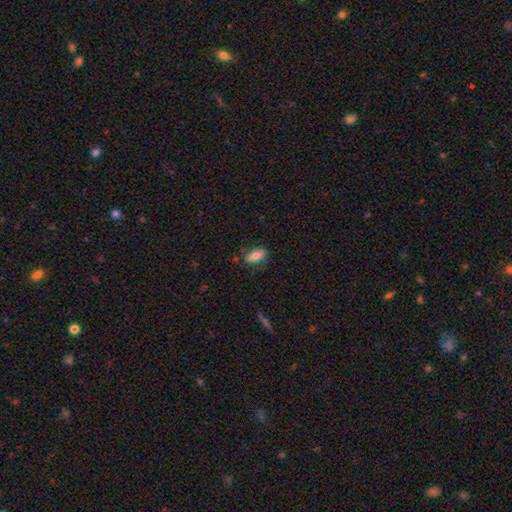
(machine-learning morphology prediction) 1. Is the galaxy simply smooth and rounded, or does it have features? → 77% smooth, 15% featured or disk, 8% star or artifact.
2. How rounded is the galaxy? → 83% in between, 12% cigar-shaped, 4% round.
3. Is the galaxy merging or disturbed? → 76% none, 17% minor disturbance, 4% major disturbance, 2% merger.